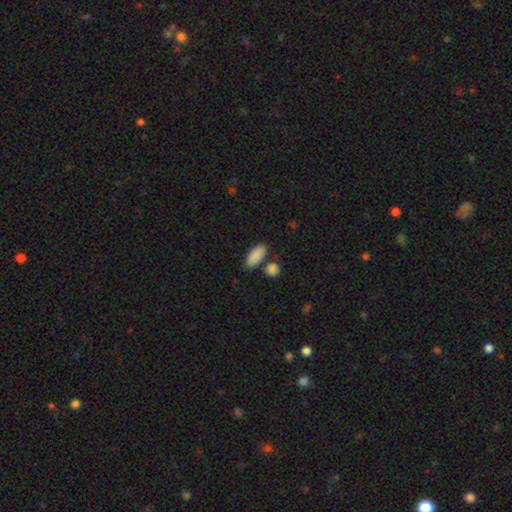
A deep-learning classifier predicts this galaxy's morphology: This appears to be a smooth galaxy with no disk features (88%) that is in between round and cigar-shaped (84%). Merging: none (73%).